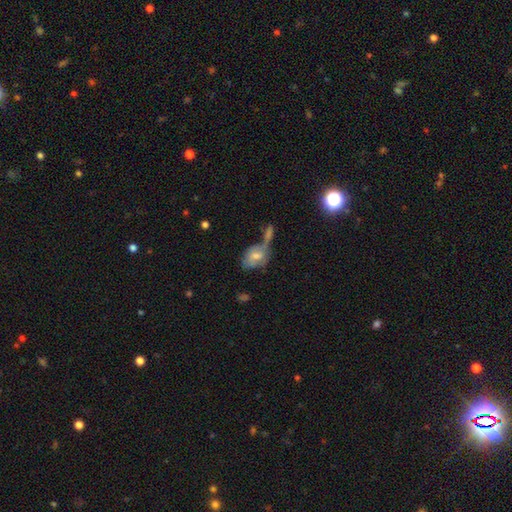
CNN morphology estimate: The model was most divided on "smooth or featured": smooth: 45%, featured or disk: 42%, star or artifact: 13%. Remaining: merging — merger (39%).